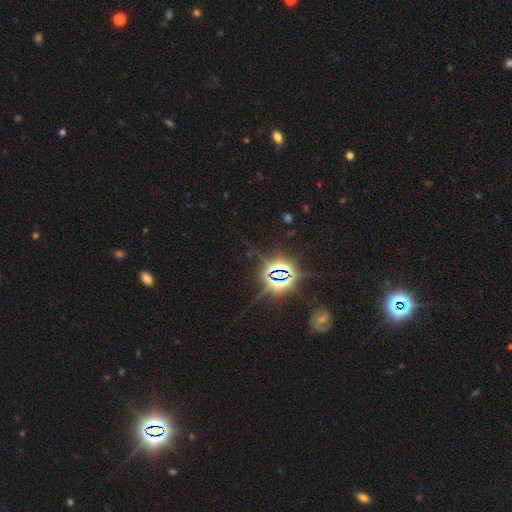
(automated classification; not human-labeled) This appears to be a star or artifact, not a galaxy (82%).